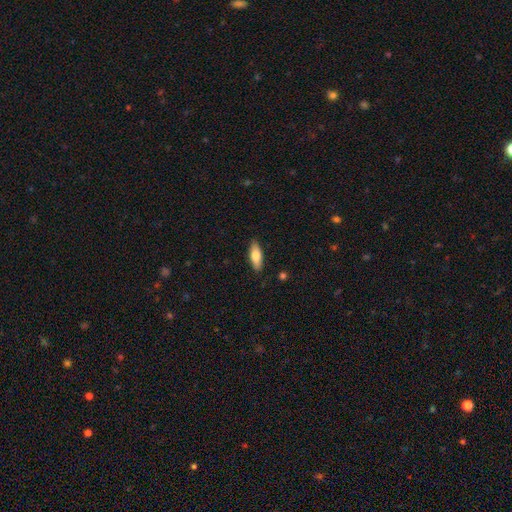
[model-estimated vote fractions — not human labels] smooth-or-featured: smooth: 75% | featured or disk: 19% | star or artifact: 6%
  how-rounded: in between: 65% | cigar-shaped: 33% | round: 2%
  merging: none: 87% | minor disturbance: 10% | major disturbance: 2% | merger: 1%